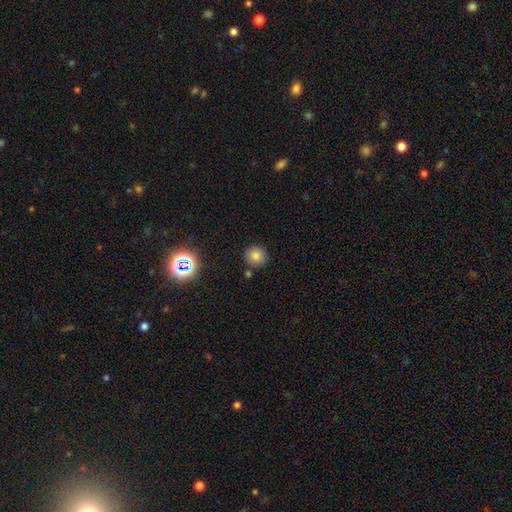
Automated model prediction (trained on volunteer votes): Q: Smooth or featured?
A: smooth (78%); runner-up: star or artifact (15%)
Q: How rounded?
A: round (93%); runner-up: in between (6%)
Q: Merging?
A: none (84%); runner-up: minor disturbance (8%)